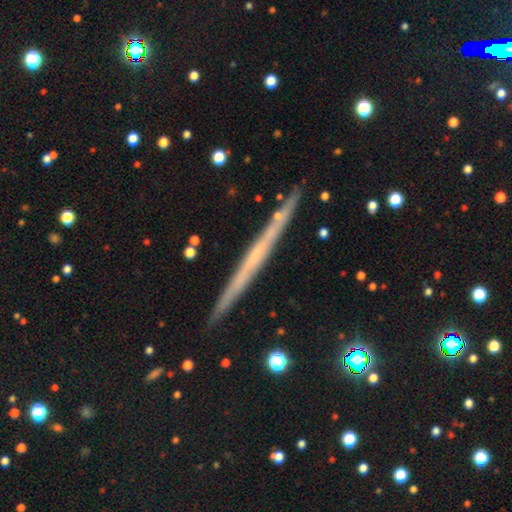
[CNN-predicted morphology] The model was most divided on "smooth or featured": featured or disk: 64%, smooth: 28%, star or artifact: 8%. More confident: edge-on disk — yes (97%); merging — none (90%); edge-on bulge — none (86%).